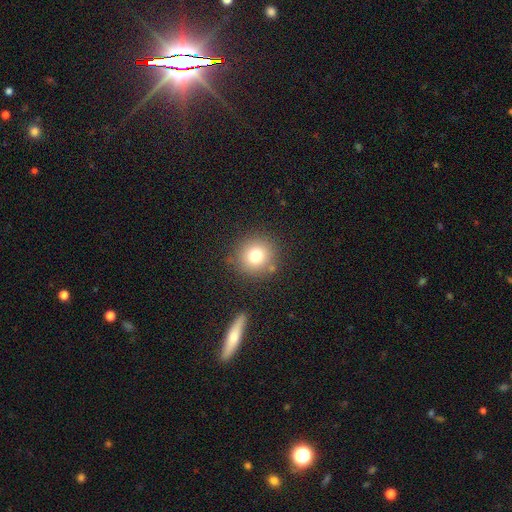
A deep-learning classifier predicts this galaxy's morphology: The model was most divided on "smooth or featured": smooth: 77%, star or artifact: 13%, featured or disk: 10%. More confident: how rounded — round (92%); merging — none (84%).